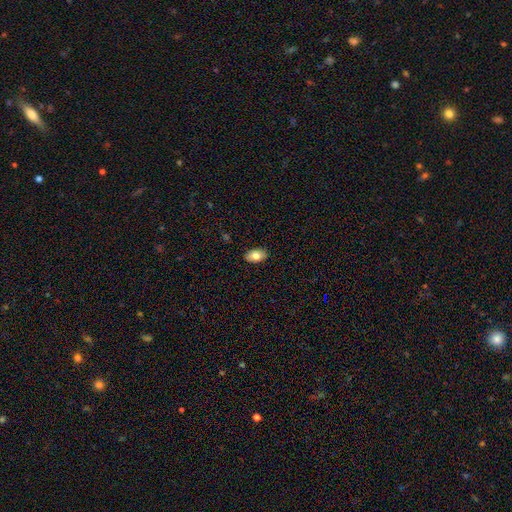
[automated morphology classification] Overall: smooth (80%). How rounded: in between (92%). Merging: none (88%).